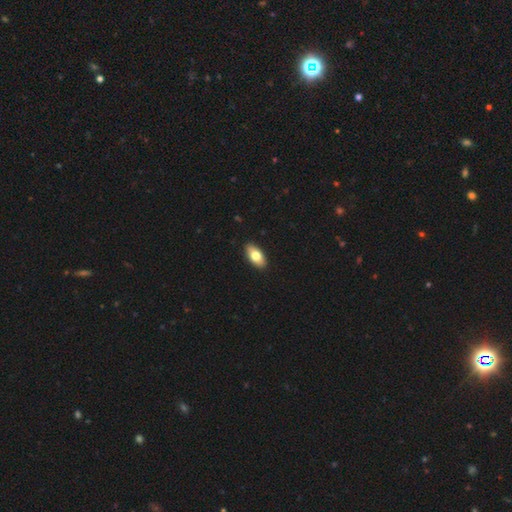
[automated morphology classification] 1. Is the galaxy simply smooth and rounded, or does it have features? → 76% smooth, 18% featured or disk, 6% star or artifact.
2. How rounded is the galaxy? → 91% in between, 6% cigar-shaped, 3% round.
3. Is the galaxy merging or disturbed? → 90% none, 7% minor disturbance, 1% major disturbance, 1% merger.